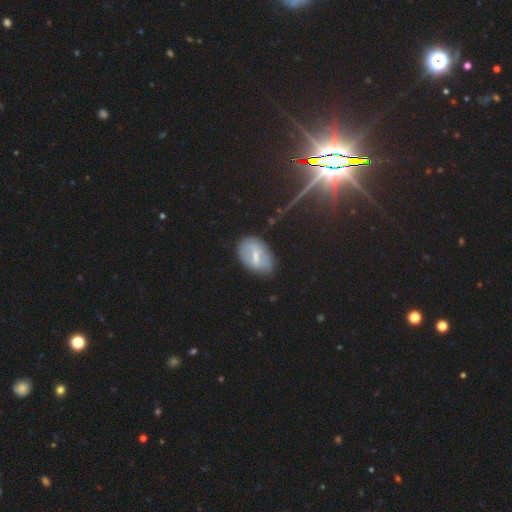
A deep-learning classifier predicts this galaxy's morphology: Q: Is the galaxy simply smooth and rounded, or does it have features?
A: smooth — 46%.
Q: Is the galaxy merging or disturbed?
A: none — 71%.